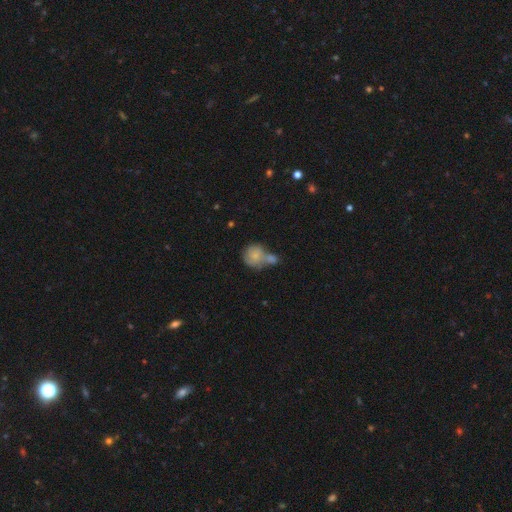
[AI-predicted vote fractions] Smooth or featured: smooth — 72% (featured or disk — 20%)
How rounded: round — 78% (in between — 20%)
Merging: merger — 55% (none — 28%)